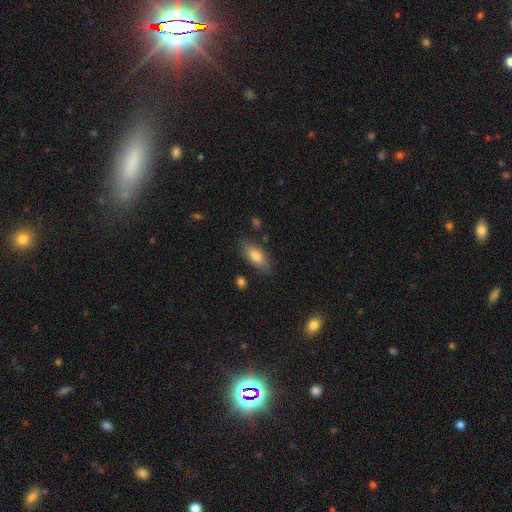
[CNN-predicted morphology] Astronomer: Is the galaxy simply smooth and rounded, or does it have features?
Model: smooth — 78%.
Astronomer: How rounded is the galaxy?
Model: in between — 81%.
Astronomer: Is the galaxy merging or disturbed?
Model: none — 81%.